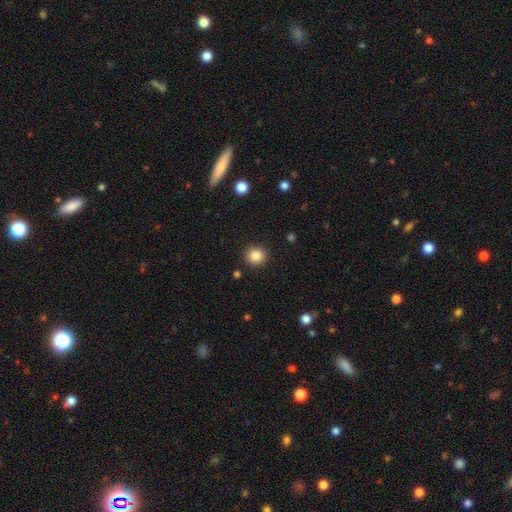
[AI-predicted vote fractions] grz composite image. It shows a smooth galaxy with no disk features (85%) that is round (90%). Merging: none (91%).